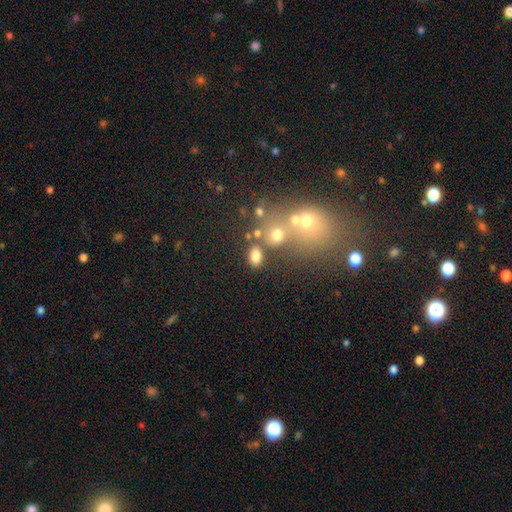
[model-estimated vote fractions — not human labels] This is likely a smooth galaxy (77%). How rounded: clearly in between (83%). Merging: likely none (68%).